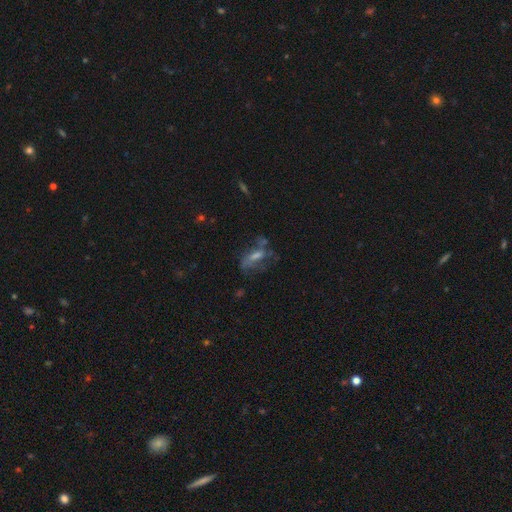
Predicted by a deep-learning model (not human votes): smooth-or-featured: featured or disk: 51% | smooth: 31% | star or artifact: 18%
  disk-edge-on: no: 83% | yes: 17%
  merging: none: 43% | major disturbance: 27% | minor disturbance: 21% | merger: 9%